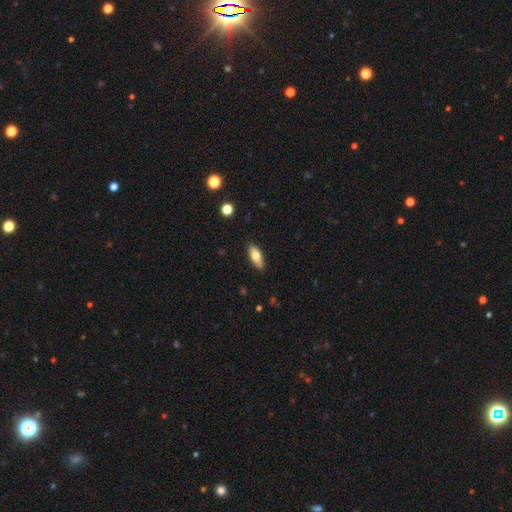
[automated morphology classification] Smooth or featured?
  - smooth: 67% *
  - featured or disk: 27%
  - star or artifact: 6%
How rounded?
  - in between: 71% *
  - cigar-shaped: 26%
  - round: 3%
Merging?
  - none: 88% *
  - minor disturbance: 9%
  - major disturbance: 2%
  - merger: 1%